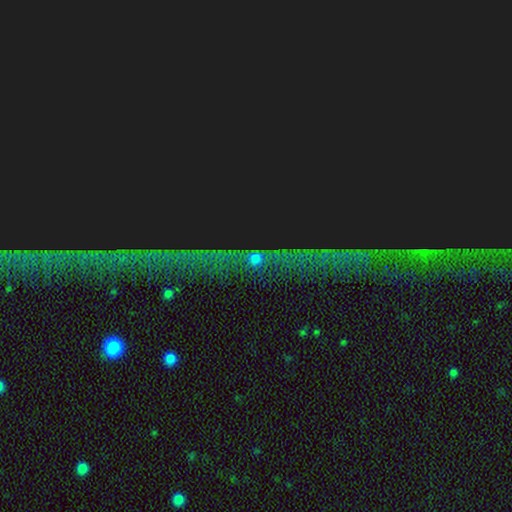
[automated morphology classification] This appears to be a star or artifact, not a galaxy (72%).